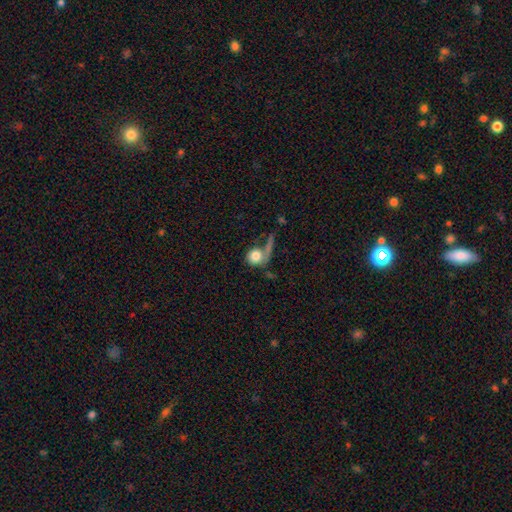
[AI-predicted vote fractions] Smooth or featured? smooth (71%)
How rounded? round (79%)
Merging? none (35%)